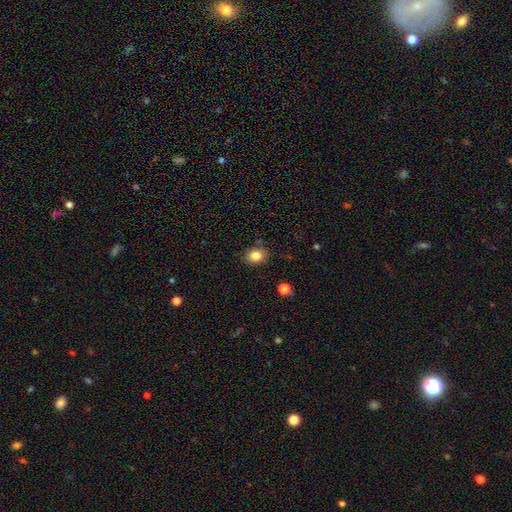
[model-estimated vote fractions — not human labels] The model was most divided on "how rounded": in between: 53%, round: 46%, cigar-shaped: 1%. More confident: smooth or featured — smooth (83%); merging — none (81%).